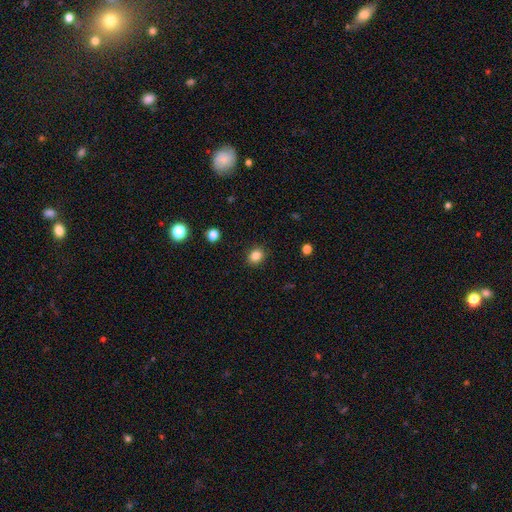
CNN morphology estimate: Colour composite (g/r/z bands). It shows a smooth galaxy with no disk features (84%) that is round (62%). Merging: none (89%).